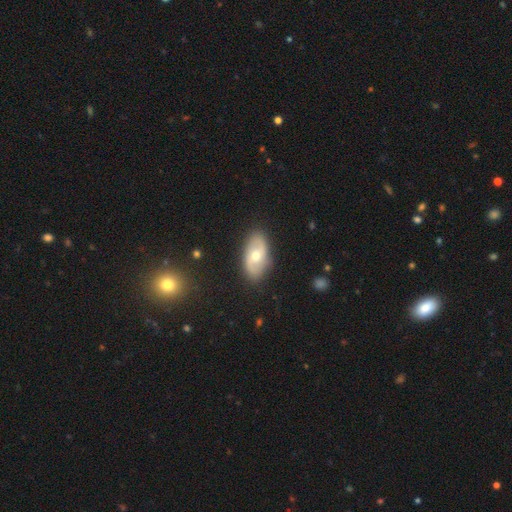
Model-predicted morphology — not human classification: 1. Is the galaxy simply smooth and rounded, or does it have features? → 57% featured or disk, 37% smooth, 6% star or artifact.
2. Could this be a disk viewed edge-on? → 93% no, 7% yes.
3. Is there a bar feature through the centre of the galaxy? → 56% no, 35% weak, 9% strong.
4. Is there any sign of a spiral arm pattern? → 74% yes, 26% no.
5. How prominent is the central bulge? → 69% moderate, 24% small, 5% large, 1% none, 1% dominant.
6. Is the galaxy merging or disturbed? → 84% none, 12% minor disturbance, 3% major disturbance, 1% merger.